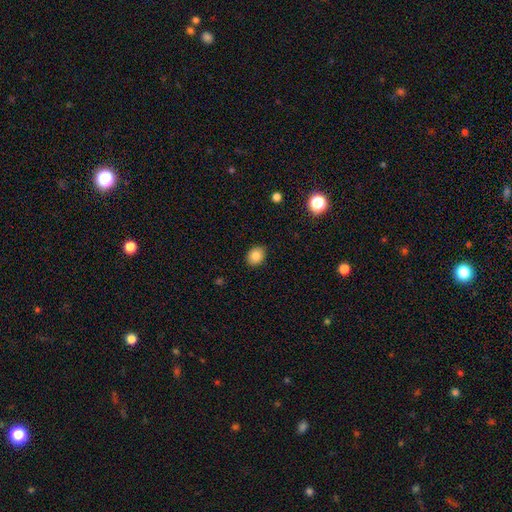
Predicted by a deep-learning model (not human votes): smooth 82%, star or artifact 10%, featured or disk 8%. Down the decision tree: how rounded — in between (51%); merging — none (90%).